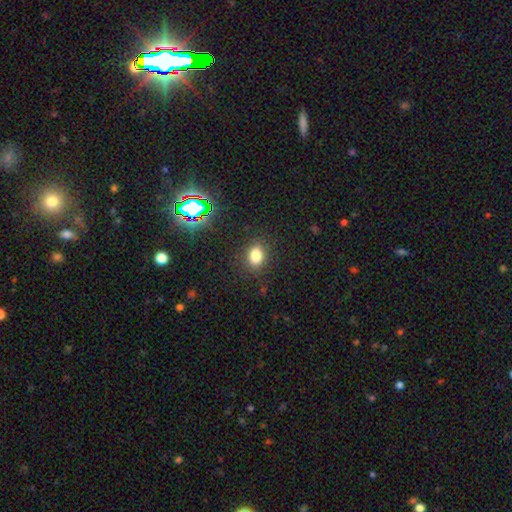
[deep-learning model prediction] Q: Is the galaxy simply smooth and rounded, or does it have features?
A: smooth — 80%.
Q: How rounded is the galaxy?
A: in between — 73%.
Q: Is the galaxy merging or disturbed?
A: none — 86%.